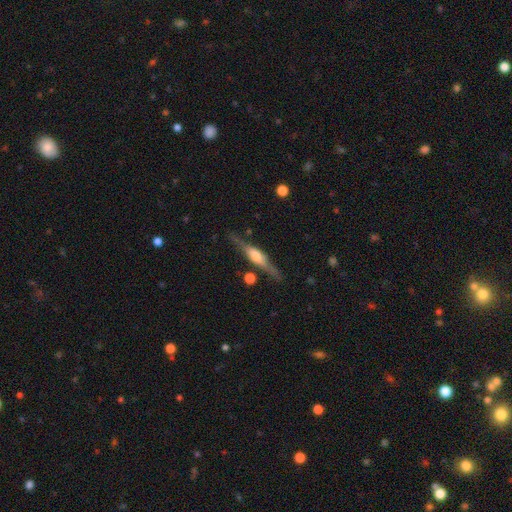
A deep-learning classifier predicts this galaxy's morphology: type=featured or disk (77%); edge-on=yes (97%); edge-on bulge=rounded (68%); merging=none (83%).